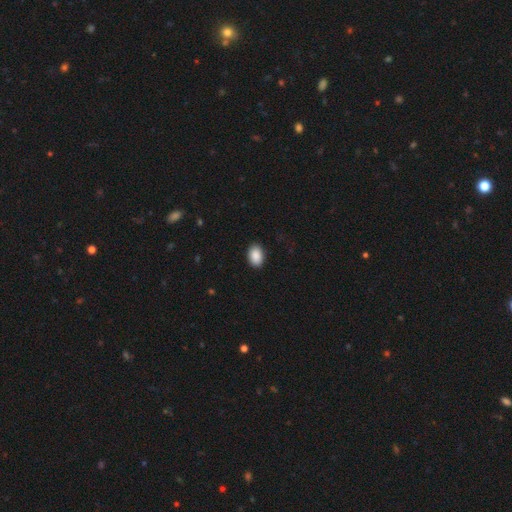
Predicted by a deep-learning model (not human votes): Smooth or featured?
  - smooth: 90% *
  - star or artifact: 7%
  - featured or disk: 3%
How rounded?
  - in between: 86% *
  - round: 13%
  - cigar-shaped: 1%
Merging?
  - none: 89% *
  - minor disturbance: 8%
  - major disturbance: 2%
  - merger: 1%